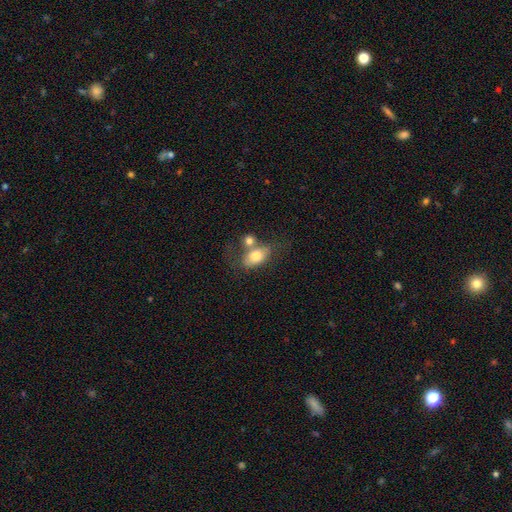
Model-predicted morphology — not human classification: smooth_or_featured: smooth (p=0.74) [alt: featured or disk p=0.19]
how_rounded: in between (p=0.83) [alt: round p=0.14]
merging: none (p=0.39) [alt: merger p=0.37]